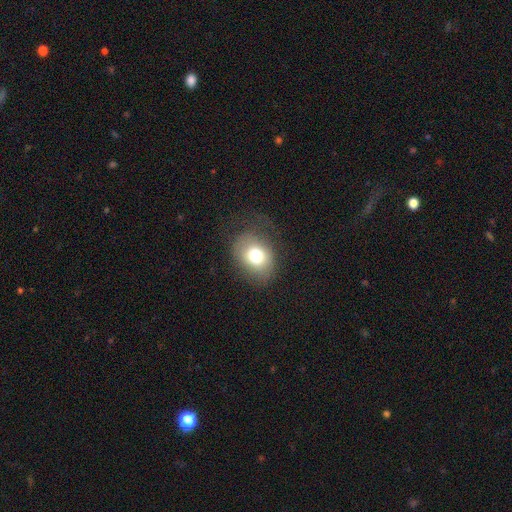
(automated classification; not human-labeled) The model was most divided on "how rounded": in between: 57%, round: 42%, cigar-shaped: 1%. More confident: smooth or featured — smooth (73%); merging — none (65%).